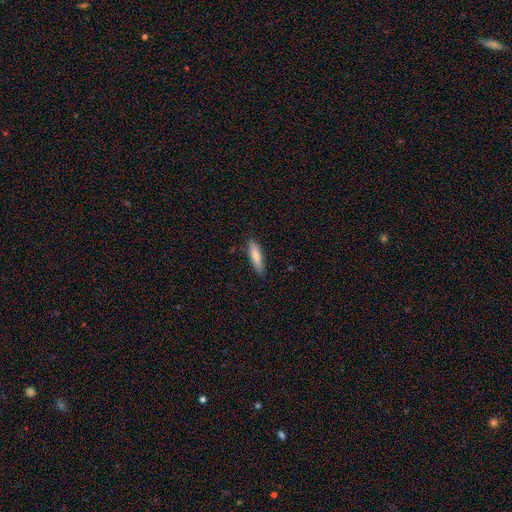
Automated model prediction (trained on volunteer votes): The model was most divided on "how rounded": cigar-shaped: 74%, in between: 25%, round: 1%. More confident: merging — none (85%); smooth or featured — smooth (76%).